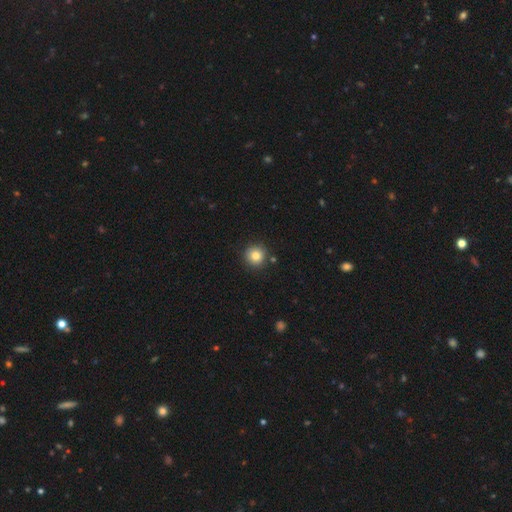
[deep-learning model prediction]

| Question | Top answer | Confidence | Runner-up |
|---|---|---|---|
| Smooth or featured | smooth | 83% | star or artifact (10%) |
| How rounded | round | 94% | in between (5%) |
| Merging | none | 88% | minor disturbance (7%) |